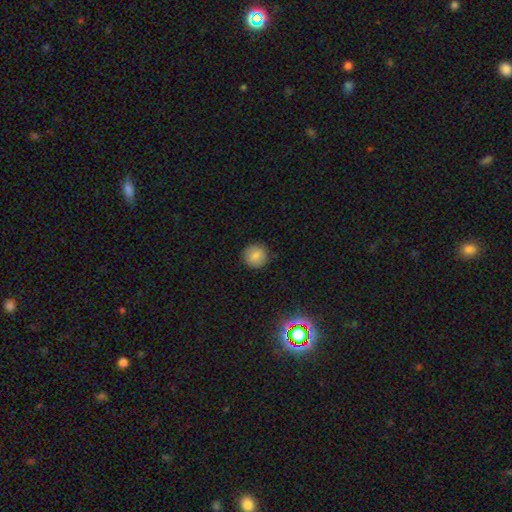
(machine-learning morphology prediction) type=smooth (84%); roundness=round (95%); merging=none (91%).